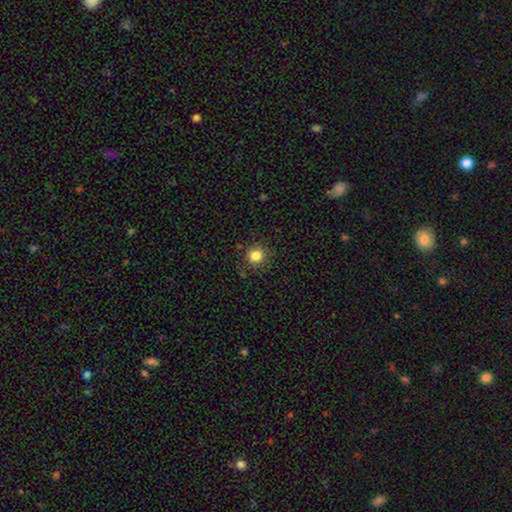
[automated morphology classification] type=smooth (84%); roundness=round (93%); merging=none (87%).